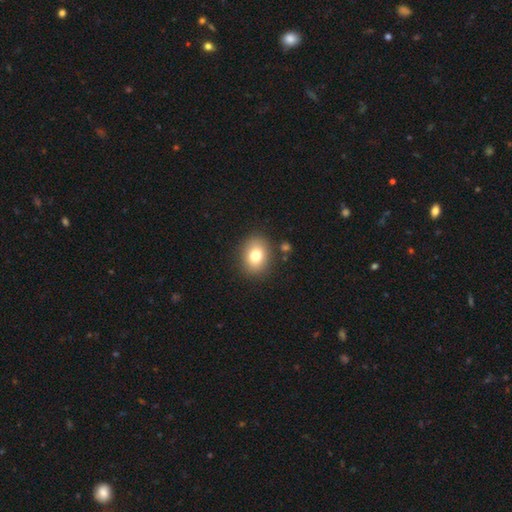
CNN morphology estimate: This appears to be a smooth galaxy with no disk features (78%) that is in between round and cigar-shaped (53%). Merging: none (85%).